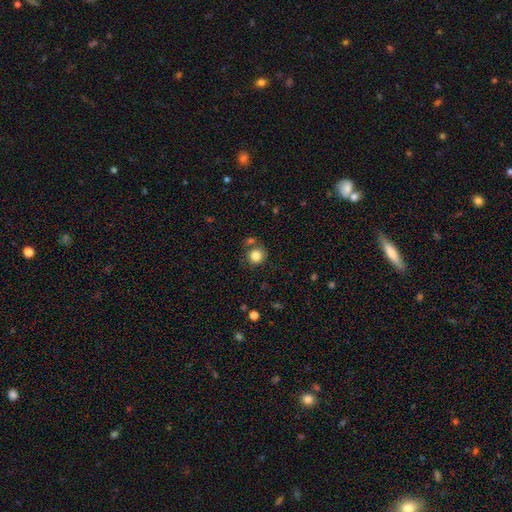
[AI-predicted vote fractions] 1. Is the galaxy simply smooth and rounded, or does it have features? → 84% smooth, 11% star or artifact, 6% featured or disk.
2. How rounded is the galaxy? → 89% round, 10% in between, 1% cigar-shaped.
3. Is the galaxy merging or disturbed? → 71% none, 13% merger, 12% minor disturbance, 4% major disturbance.